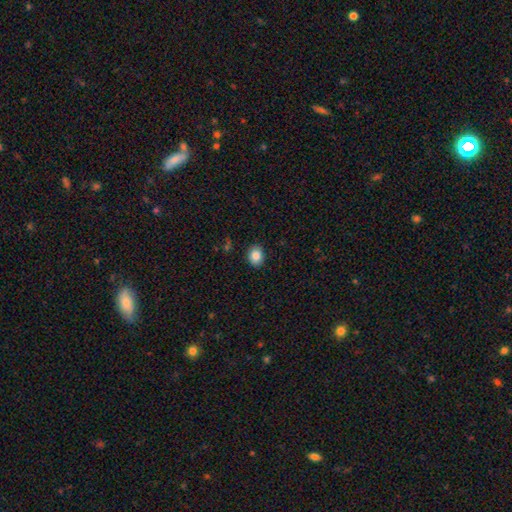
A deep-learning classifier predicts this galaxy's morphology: Smooth or featured?
  - smooth: 86% *
  - star or artifact: 9%
  - featured or disk: 5%
How rounded?
  - round: 50% *
  - in between: 49%
  - cigar-shaped: 1%
Merging?
  - none: 89% *
  - minor disturbance: 8%
  - major disturbance: 2%
  - merger: 1%